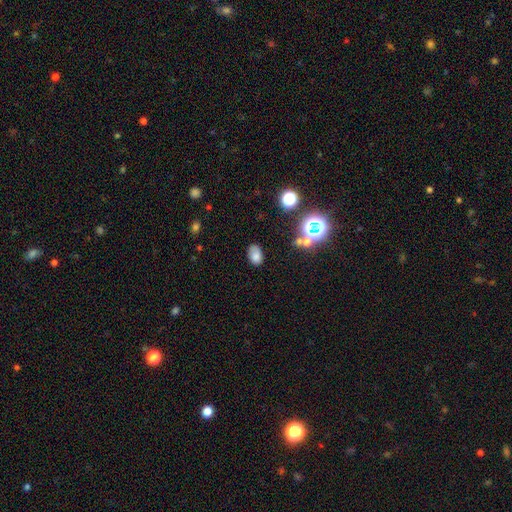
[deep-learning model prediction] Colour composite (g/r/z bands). It shows a smooth galaxy with no disk features (75%) that is in between round and cigar-shaped (86%). Merging: none (69%).